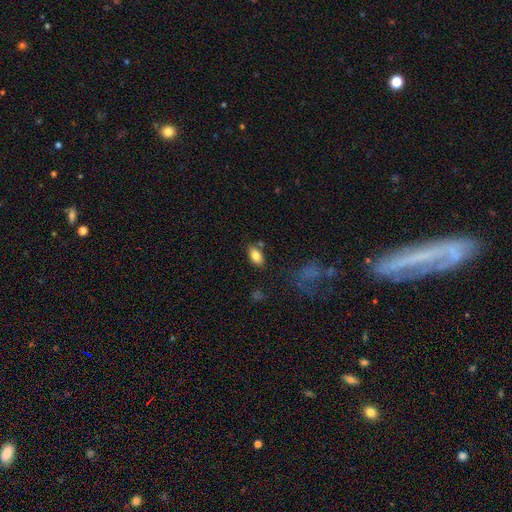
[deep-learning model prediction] Smooth or featured? Predicted: smooth (p=0.82). How rounded? Predicted: in between (p=0.90). Merging? Predicted: none (p=0.78).